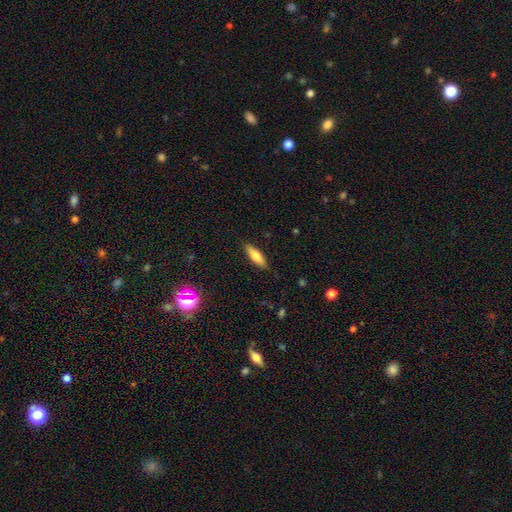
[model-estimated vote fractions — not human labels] A smooth galaxy with no disk features (74%) that is cigar-shaped (50%).

Vote fractions:
- Smooth or featured? smooth: 74% / featured or disk: 19% / star or artifact: 7%
- How rounded? cigar-shaped: 50% / in between: 48% / round: 2%
- Merging? none: 87% / minor disturbance: 10% / major disturbance: 2% / merger: 1%